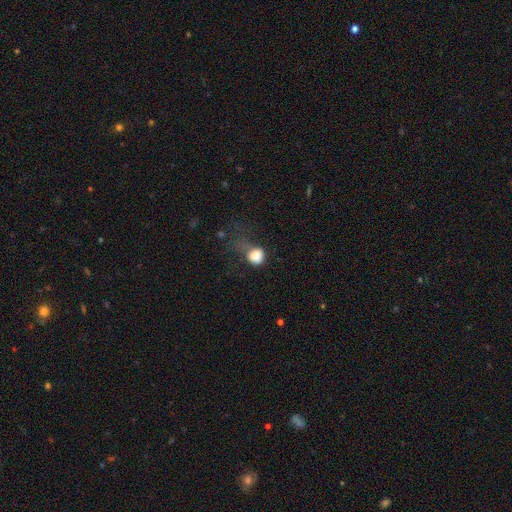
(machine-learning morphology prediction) smooth 81%, star or artifact 10%, featured or disk 9%. Down the decision tree: how rounded — round (70%); merging — major disturbance (45%).